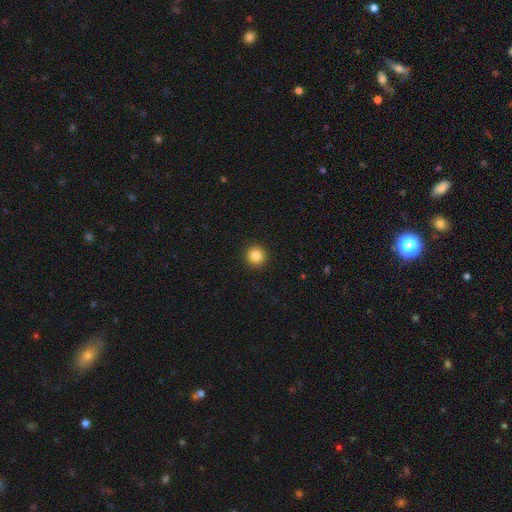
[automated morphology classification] Smooth or featured: smooth — 86% (star or artifact — 10%)
How rounded: round — 94% (in between — 5%)
Merging: none — 93% (minor disturbance — 4%)